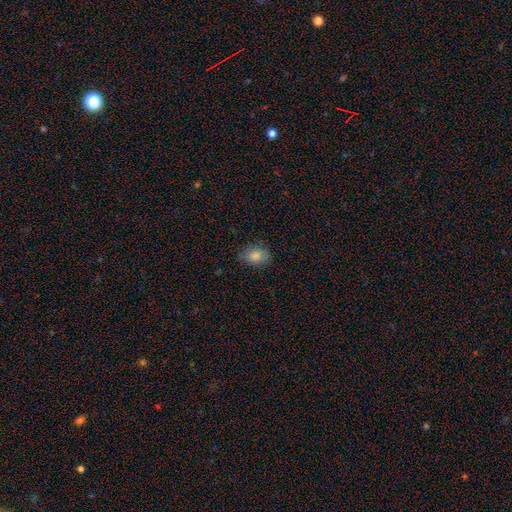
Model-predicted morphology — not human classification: Smooth or featured: smooth — 85% (star or artifact — 9%)
How rounded: in between — 66% (round — 33%)
Merging: none — 78% (minor disturbance — 17%)